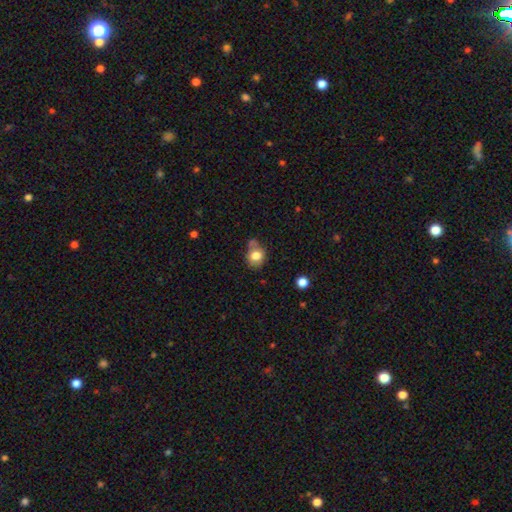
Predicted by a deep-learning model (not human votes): Smooth or featured? Predicted: smooth (p=0.78). How rounded? Predicted: round (p=0.56). Merging? Predicted: none (p=0.52).